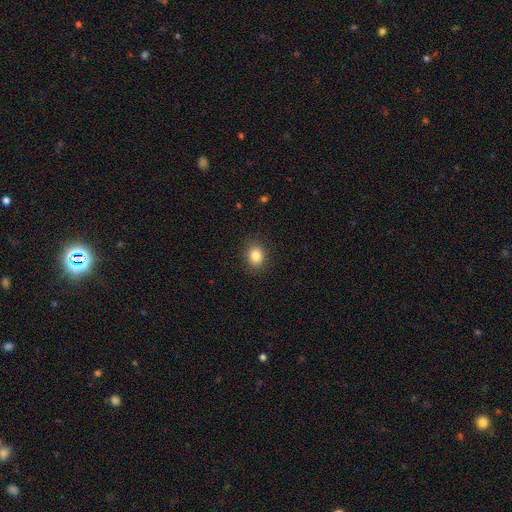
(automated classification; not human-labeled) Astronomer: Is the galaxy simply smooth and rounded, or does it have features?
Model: smooth — 84%.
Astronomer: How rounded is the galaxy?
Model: round — 59% (runner-up: in between, 40%).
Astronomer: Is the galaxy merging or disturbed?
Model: none — 88%.